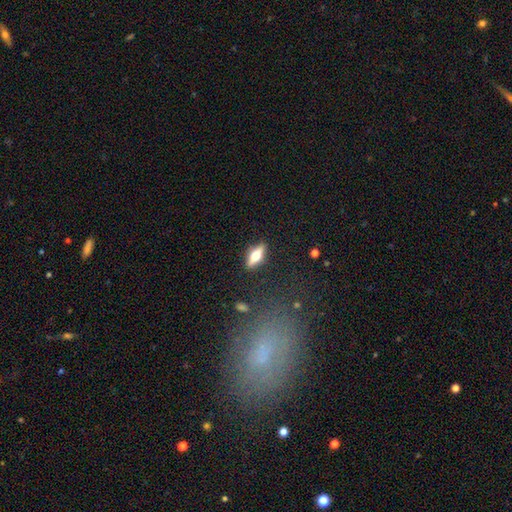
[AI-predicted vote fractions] Smooth or featured? Predicted: featured or disk (p=0.49). Merging? Predicted: none (p=0.88).